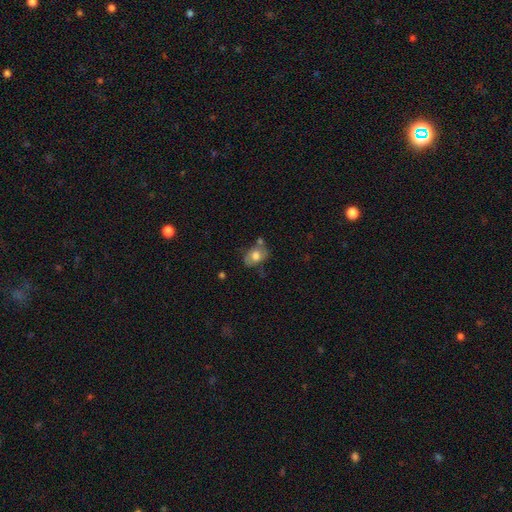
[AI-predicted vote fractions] Smooth or featured?
  - smooth: 68% *
  - featured or disk: 24%
  - star or artifact: 8%
How rounded?
  - in between: 75% *
  - round: 24%
  - cigar-shaped: 1%
Merging?
  - none: 52% *
  - minor disturbance: 25%
  - merger: 14%
  - major disturbance: 9%